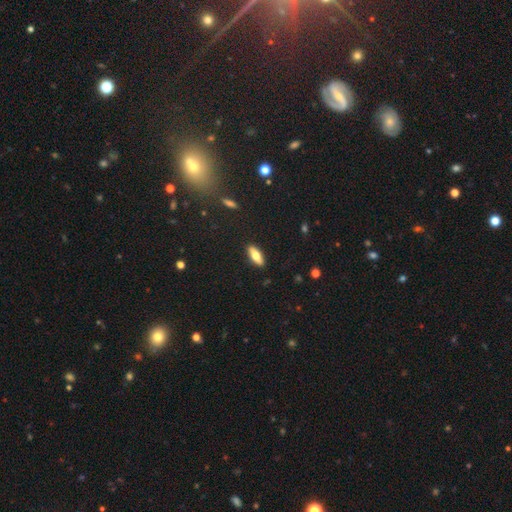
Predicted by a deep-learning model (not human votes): Q: Smooth or featured?
A: smooth (62%); runner-up: featured or disk (31%)
Q: How rounded?
A: in between (65%); runner-up: cigar-shaped (32%)
Q: Merging?
A: none (89%); runner-up: minor disturbance (8%)